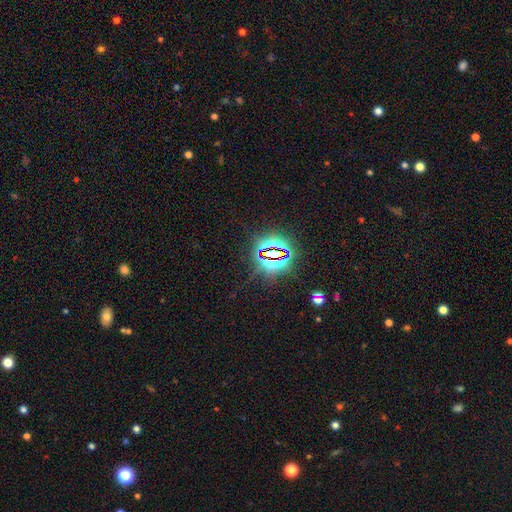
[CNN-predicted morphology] Smooth or featured? Predicted: star or artifact (p=0.77).